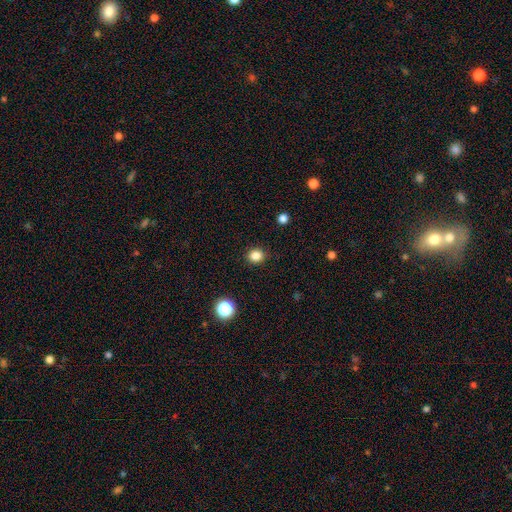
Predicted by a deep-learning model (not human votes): This is clearly a smooth galaxy (84%). How rounded: likely round (78%). Merging: clearly none (91%).